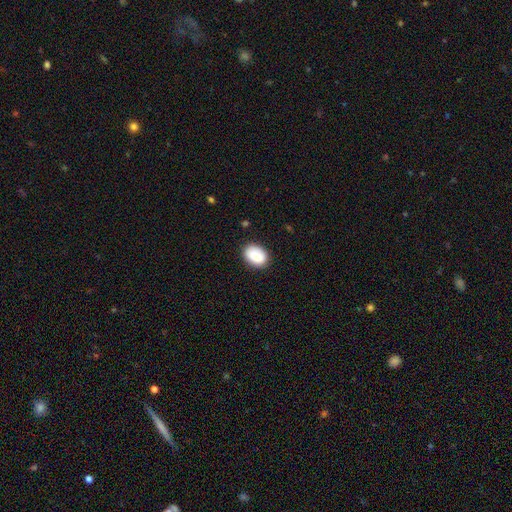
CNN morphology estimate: Smooth or featured? smooth (88%)
How rounded? in between (80%)
Merging? none (85%)